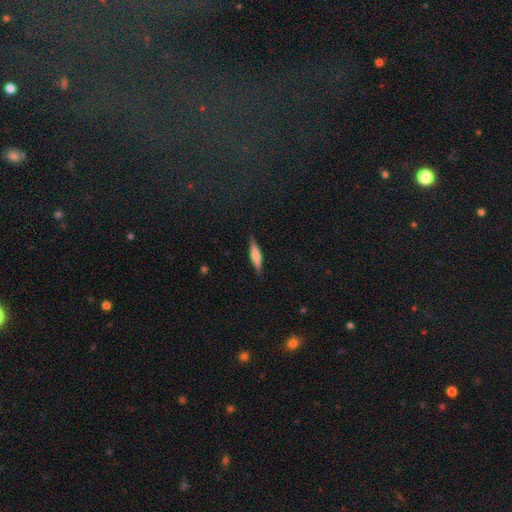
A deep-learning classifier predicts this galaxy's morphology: smooth-or-featured: featured or disk: 47% | smooth: 46% | star or artifact: 7%
  merging: none: 88% | minor disturbance: 9% | major disturbance: 2% | merger: 1%